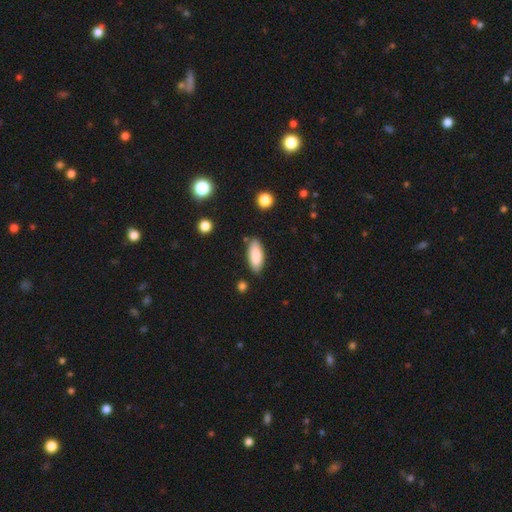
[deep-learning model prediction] smooth_or_featured: smooth (p=0.86) [alt: featured or disk p=0.08]
how_rounded: in between (p=0.80) [alt: cigar-shaped p=0.18]
merging: none (p=0.83) [alt: minor disturbance p=0.12]